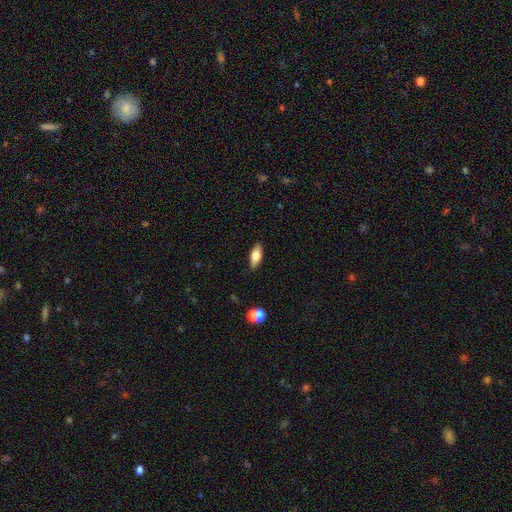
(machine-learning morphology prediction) Q: Smooth or featured?
A: smooth (71%); runner-up: featured or disk (22%)
Q: How rounded?
A: in between (75%); runner-up: cigar-shaped (22%)
Q: Merging?
A: none (86%); runner-up: minor disturbance (10%)